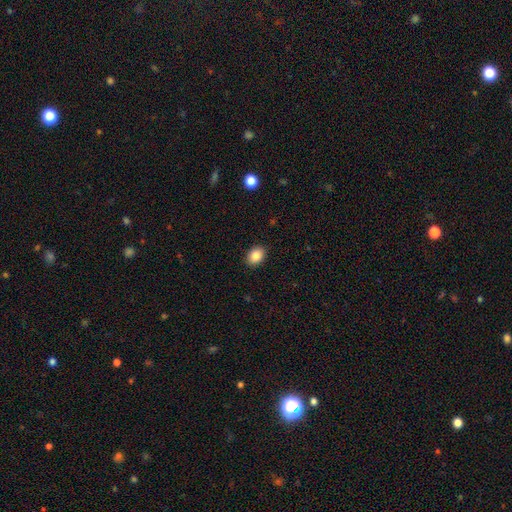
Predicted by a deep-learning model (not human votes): Smooth or featured?
  - smooth: 87% *
  - star or artifact: 9%
  - featured or disk: 4%
How rounded?
  - in between: 63% *
  - round: 36%
  - cigar-shaped: 1%
Merging?
  - none: 90% *
  - minor disturbance: 7%
  - major disturbance: 2%
  - merger: 1%